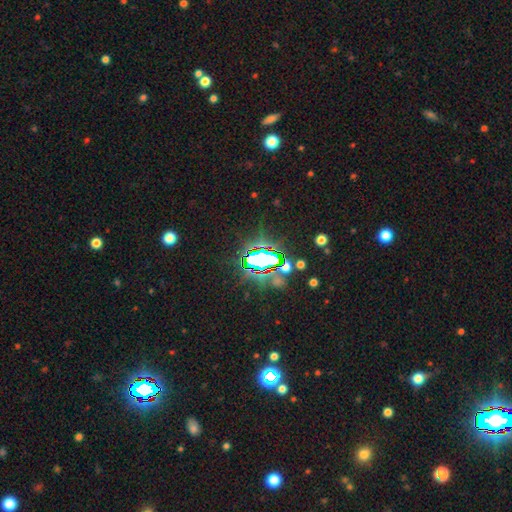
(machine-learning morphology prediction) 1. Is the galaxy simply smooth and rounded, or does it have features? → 79% star or artifact, 13% smooth, 9% featured or disk.